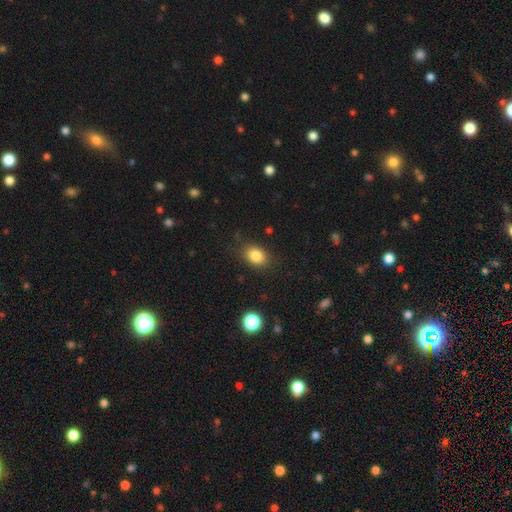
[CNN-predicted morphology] Q: Smooth or featured?
A: smooth (84%); runner-up: star or artifact (10%)
Q: How rounded?
A: in between (65%); runner-up: round (34%)
Q: Merging?
A: none (83%); runner-up: minor disturbance (12%)